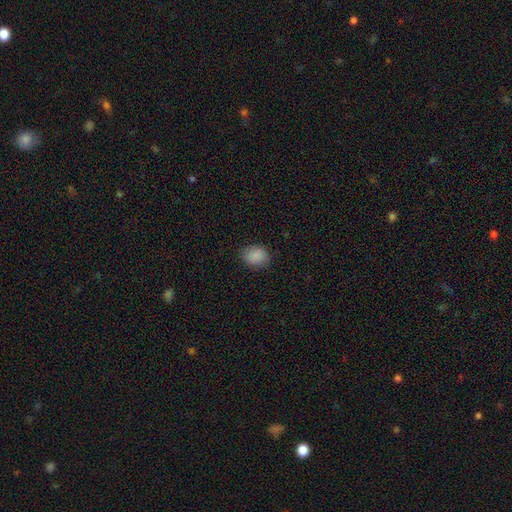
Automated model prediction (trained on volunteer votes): Smooth or featured? Predicted: smooth (p=0.88). How rounded? Predicted: in between (p=0.50). Merging? Predicted: none (p=0.84).